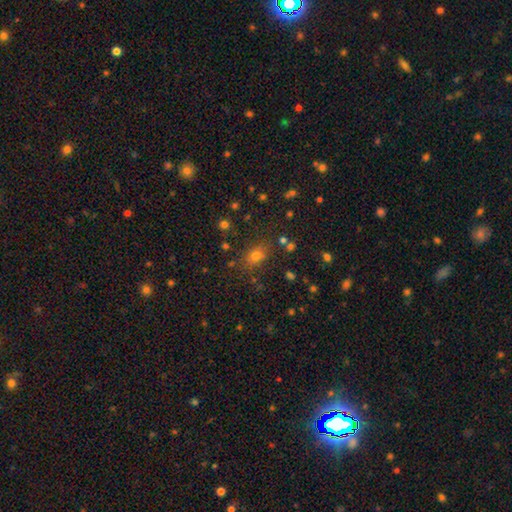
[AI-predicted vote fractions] Smooth or featured: smooth — 69% (star or artifact — 22%)
How rounded: in between — 60% (round — 38%)
Merging: none — 80% (minor disturbance — 12%)